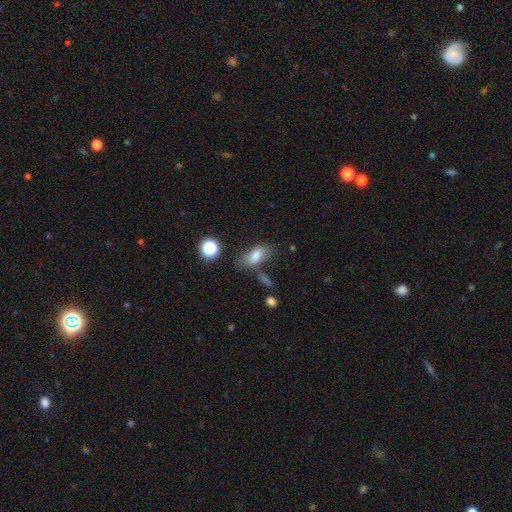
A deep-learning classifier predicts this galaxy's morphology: type=smooth (75%); roundness=in between (85%); merging=none (65%).